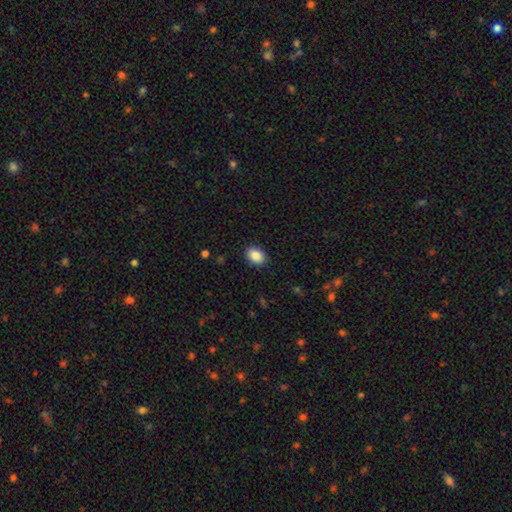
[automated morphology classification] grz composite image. It shows a smooth galaxy with no disk features (89%) that is in between round and cigar-shaped (78%). Merging: none (89%).